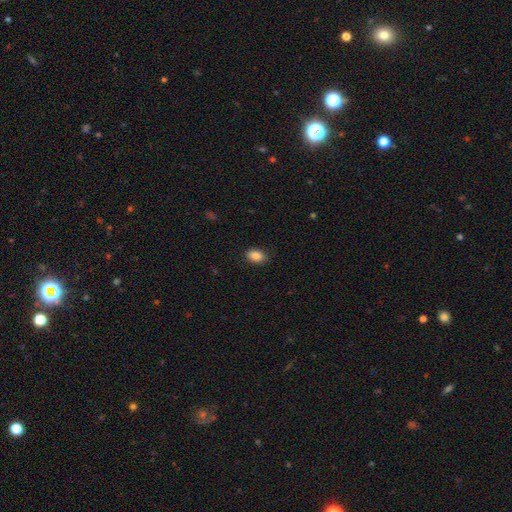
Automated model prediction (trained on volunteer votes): A smooth galaxy with no disk features (86%) that is in between round and cigar-shaped (83%). Merging: none (87%).